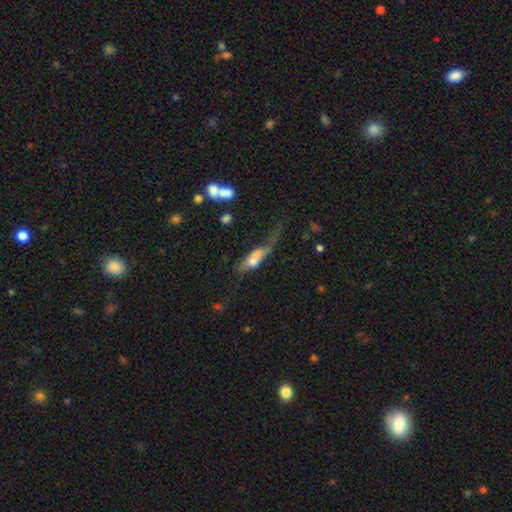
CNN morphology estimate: smooth 46%, featured or disk 44%, star or artifact 10%. Down the decision tree: merging — major disturbance (43%).